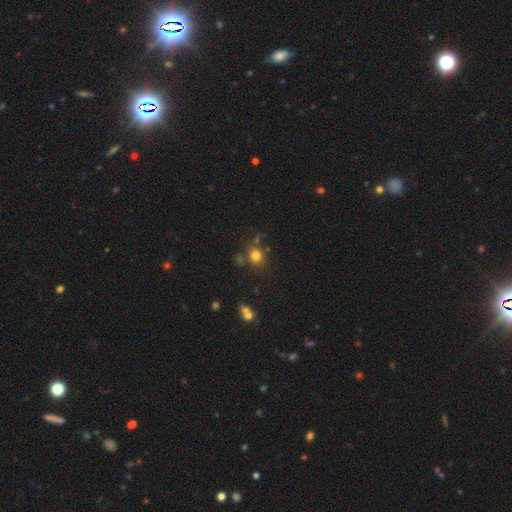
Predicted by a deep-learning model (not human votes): smooth-or-featured: smooth: 76% | star or artifact: 16% | featured or disk: 8%
  how-rounded: round: 83% | in between: 16% | cigar-shaped: 1%
  merging: none: 74% | minor disturbance: 12% | merger: 10% | major disturbance: 5%